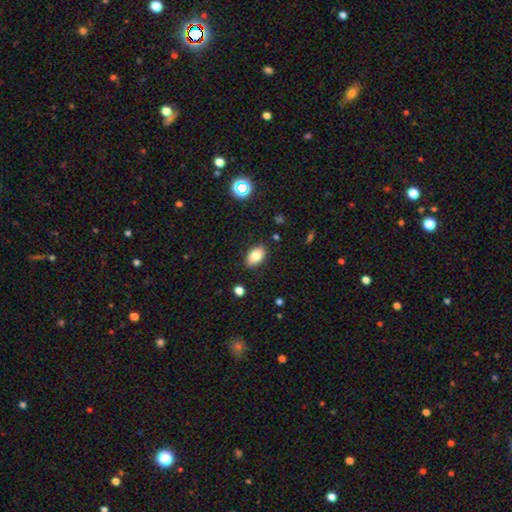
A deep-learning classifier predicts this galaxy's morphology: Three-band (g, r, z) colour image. It shows a smooth galaxy with no disk features (83%) that is in between round and cigar-shaped (91%). Merging: none (86%).